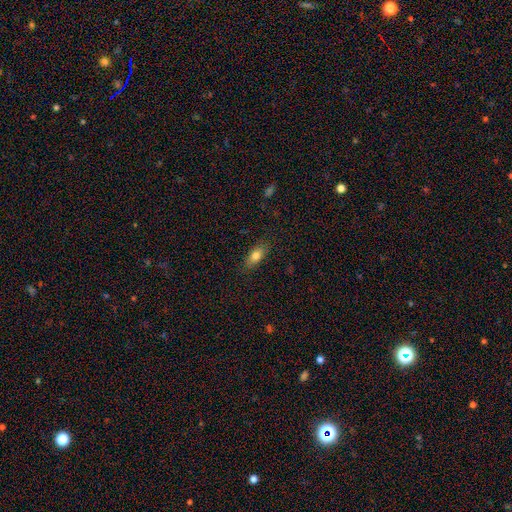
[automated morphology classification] Overall: smooth (79%). How rounded: in between (84%). Merging: none (83%).